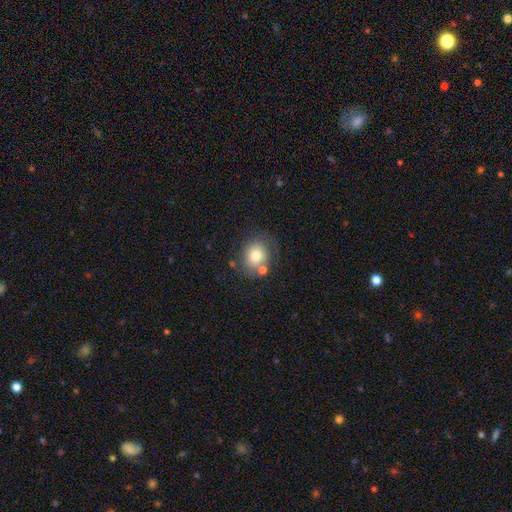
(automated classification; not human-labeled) This is likely a smooth galaxy (74%). How rounded: likely round (70%). Merging: likely none (64%).